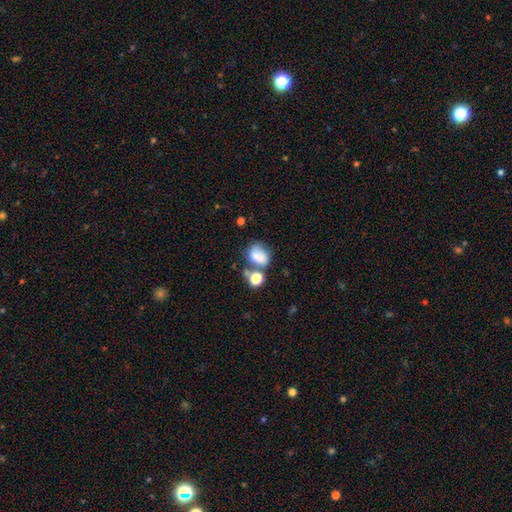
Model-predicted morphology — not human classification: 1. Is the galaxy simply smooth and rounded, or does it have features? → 71% smooth, 17% featured or disk, 12% star or artifact.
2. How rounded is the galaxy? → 59% in between, 39% round, 1% cigar-shaped.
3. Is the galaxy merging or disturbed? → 38% merger, 34% none, 17% minor disturbance, 12% major disturbance.